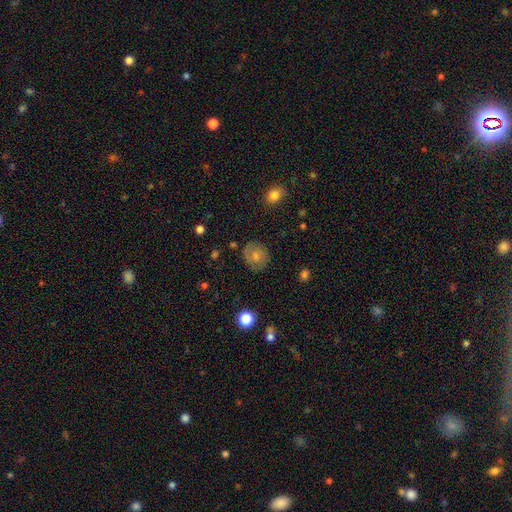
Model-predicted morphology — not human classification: Smooth or featured: smooth — 64% (featured or disk — 26%)
How rounded: round — 73% (in between — 26%)
Merging: none — 76% (minor disturbance — 17%)